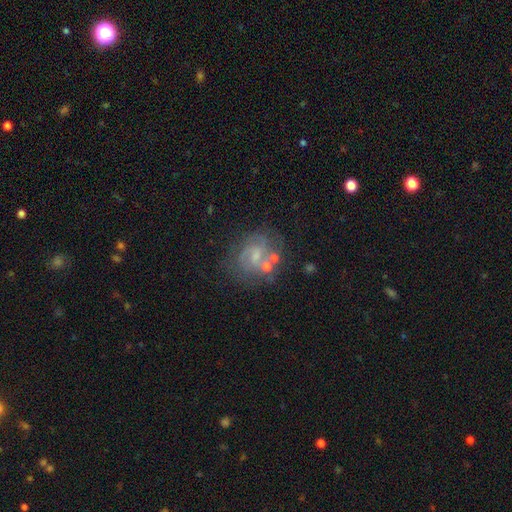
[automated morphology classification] The model was most divided on "bar": weak: 47%, no: 41%, strong: 13%. Remaining: edge-on disk — no (97%); spiral arms — yes (72%); smooth or featured — featured or disk (65%); merging — none (54%); bulge size — small (43%).